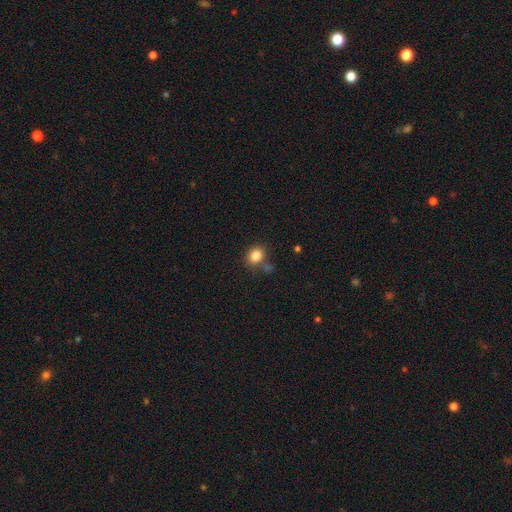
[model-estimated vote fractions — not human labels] This is clearly a smooth galaxy (83%). How rounded: likely round (60%). Merging: likely none (69%).